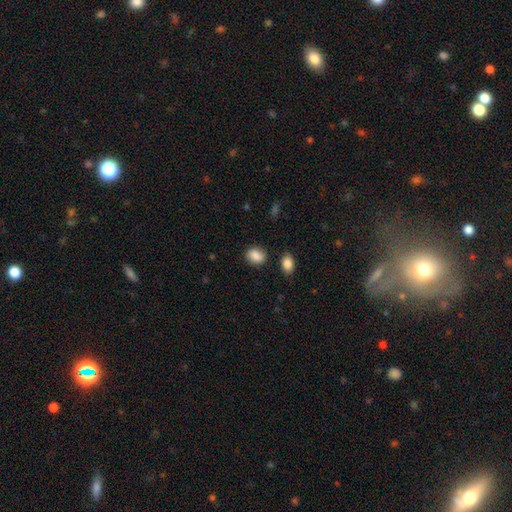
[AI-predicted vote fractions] Q: Smooth or featured?
A: smooth (86%); runner-up: star or artifact (8%)
Q: How rounded?
A: in between (62%); runner-up: round (36%)
Q: Merging?
A: none (80%); runner-up: minor disturbance (13%)